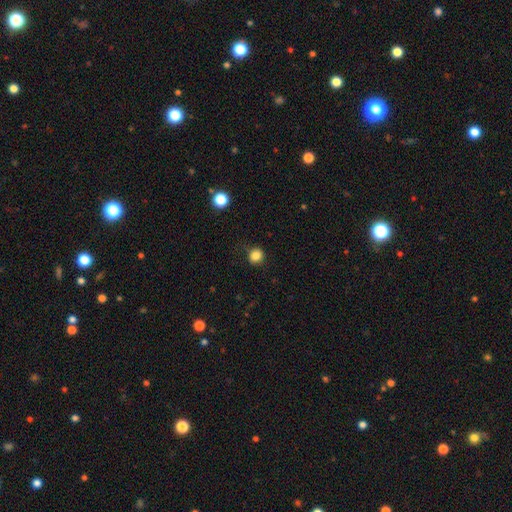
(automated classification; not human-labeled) Smooth or featured? smooth (83%)
How rounded? round (86%)
Merging? none (79%)